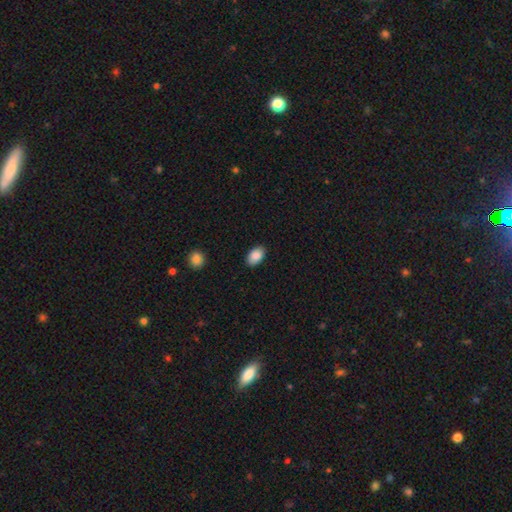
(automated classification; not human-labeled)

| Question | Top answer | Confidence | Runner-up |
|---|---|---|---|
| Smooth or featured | smooth | 89% | star or artifact (7%) |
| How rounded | in between | 91% | round (7%) |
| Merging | none | 88% | minor disturbance (9%) |